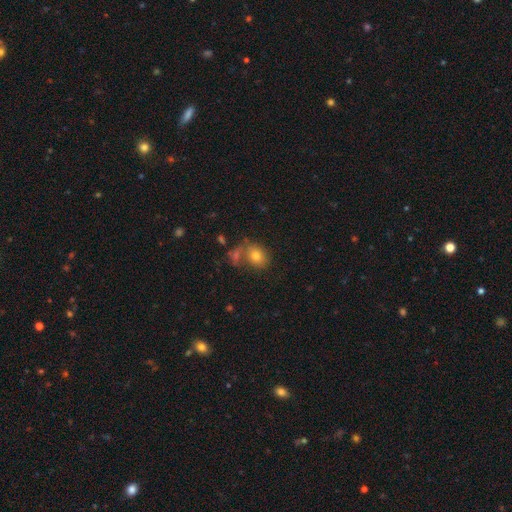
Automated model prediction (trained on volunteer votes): Smooth or featured?
  - smooth: 77% *
  - featured or disk: 13%
  - star or artifact: 11%
How rounded?
  - in between: 55% *
  - round: 44%
  - cigar-shaped: 1%
Merging?
  - none: 55% *
  - merger: 25%
  - minor disturbance: 13%
  - major disturbance: 6%